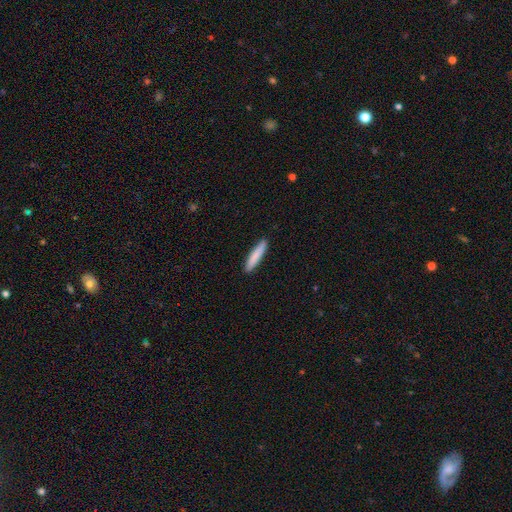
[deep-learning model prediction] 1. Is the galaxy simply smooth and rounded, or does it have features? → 84% smooth, 10% featured or disk, 5% star or artifact.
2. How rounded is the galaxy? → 88% cigar-shaped, 11% in between, 1% round.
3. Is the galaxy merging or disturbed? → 90% none, 8% minor disturbance, 1% major disturbance, 1% merger.